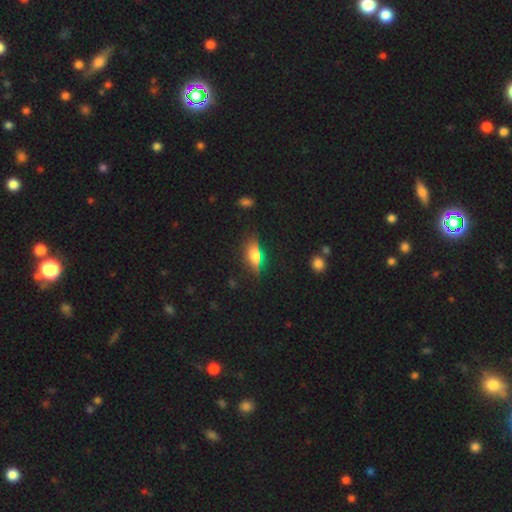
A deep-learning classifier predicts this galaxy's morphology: A smooth galaxy with no disk features (63%) that is in between round and cigar-shaped (78%).

Vote fractions:
- Smooth or featured? smooth: 63% / star or artifact: 20% / featured or disk: 17%
- How rounded? in between: 78% / cigar-shaped: 12% / round: 10%
- Merging? none: 78% / minor disturbance: 15% / major disturbance: 5% / merger: 3%